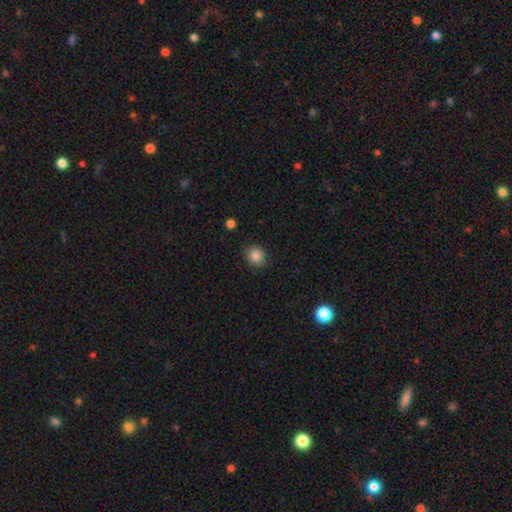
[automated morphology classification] The model was most divided on "how rounded": round: 83%, in between: 16%, cigar-shaped: 1%. More confident: merging — none (88%); smooth or featured — smooth (86%).